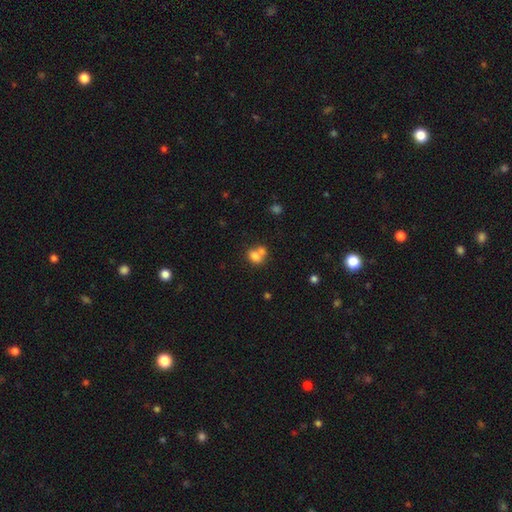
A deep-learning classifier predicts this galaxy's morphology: Q: Smooth or featured?
A: smooth (75%); runner-up: featured or disk (14%)
Q: How rounded?
A: in between (54%); runner-up: round (45%)
Q: Merging?
A: merger (54%); runner-up: none (32%)